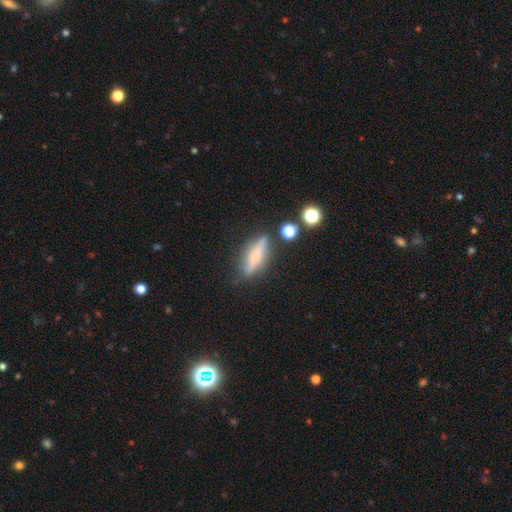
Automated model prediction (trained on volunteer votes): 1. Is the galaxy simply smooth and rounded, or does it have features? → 47% featured or disk, 45% smooth, 8% star or artifact.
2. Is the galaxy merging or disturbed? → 78% none, 14% minor disturbance, 4% major disturbance, 3% merger.